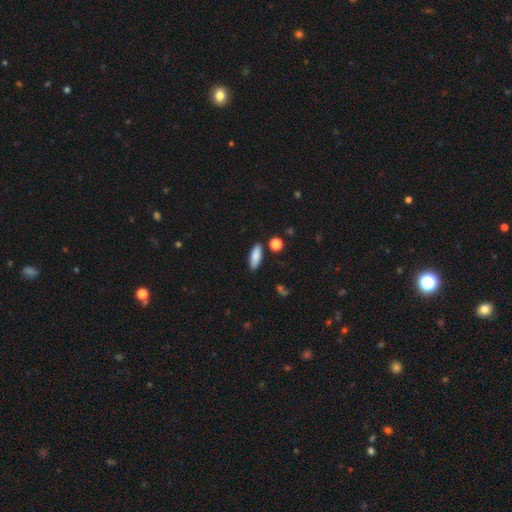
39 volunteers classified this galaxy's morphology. Smooth or featured: smooth — 87% (featured or disk — 8%)
How rounded: in between — 56% (cigar-shaped — 41%)
Merging: none — 92% (minor disturbance — 5%)